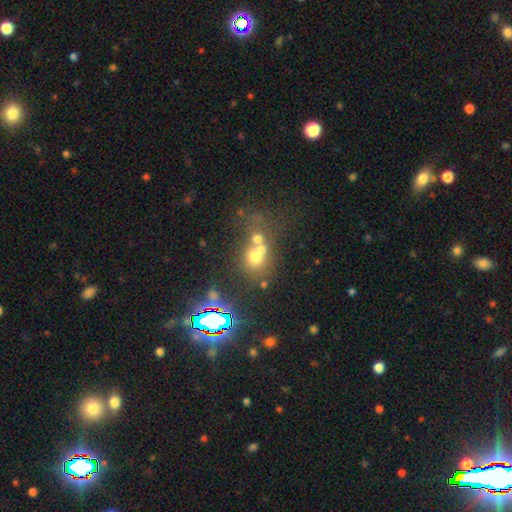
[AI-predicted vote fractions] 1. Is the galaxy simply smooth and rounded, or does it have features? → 55% smooth, 26% star or artifact, 19% featured or disk.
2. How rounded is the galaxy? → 76% round, 22% in between, 1% cigar-shaped.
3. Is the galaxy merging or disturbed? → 51% merger, 36% none, 8% minor disturbance, 6% major disturbance.